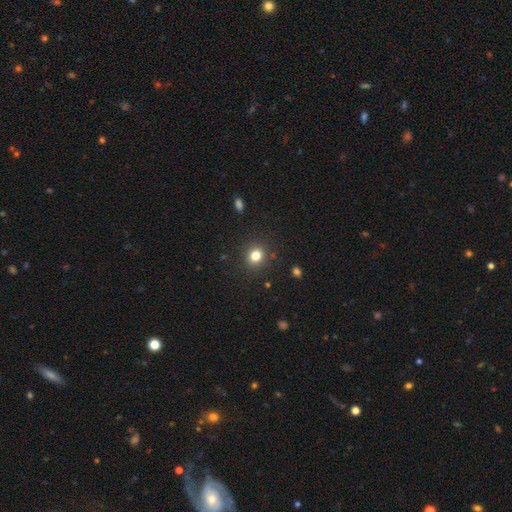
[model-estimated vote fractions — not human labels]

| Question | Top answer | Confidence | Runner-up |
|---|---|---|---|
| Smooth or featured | smooth | 81% | star or artifact (13%) |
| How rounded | round | 79% | in between (20%) |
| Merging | none | 89% | minor disturbance (7%) |